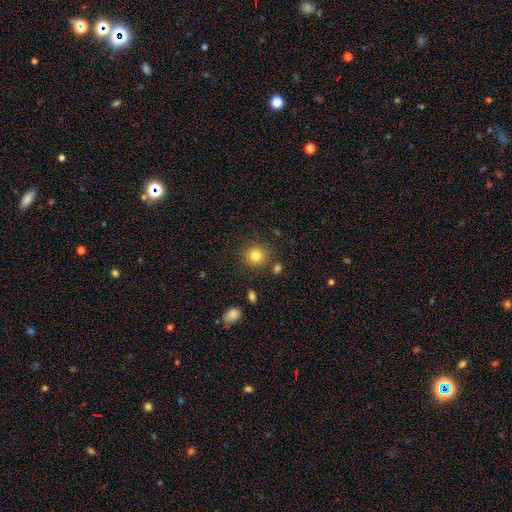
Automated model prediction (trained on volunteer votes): The model was most divided on "smooth or featured": smooth: 82%, star or artifact: 11%, featured or disk: 7%. More confident: how rounded — round (89%); merging — none (85%).